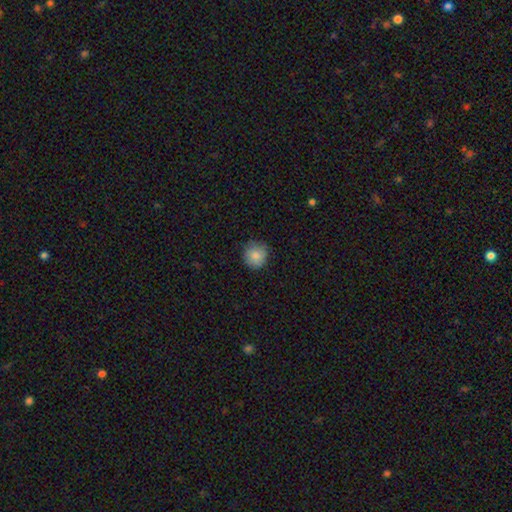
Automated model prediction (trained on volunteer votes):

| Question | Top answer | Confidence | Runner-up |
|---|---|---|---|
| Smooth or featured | smooth | 85% | star or artifact (8%) |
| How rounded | round | 92% | in between (7%) |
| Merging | none | 82% | minor disturbance (14%) |